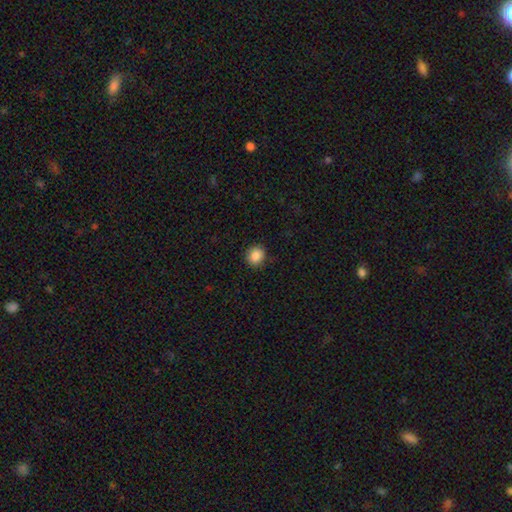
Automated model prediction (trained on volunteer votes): Smooth or featured: smooth — 87% (star or artifact — 9%)
How rounded: round — 82% (in between — 17%)
Merging: none — 89% (minor disturbance — 8%)